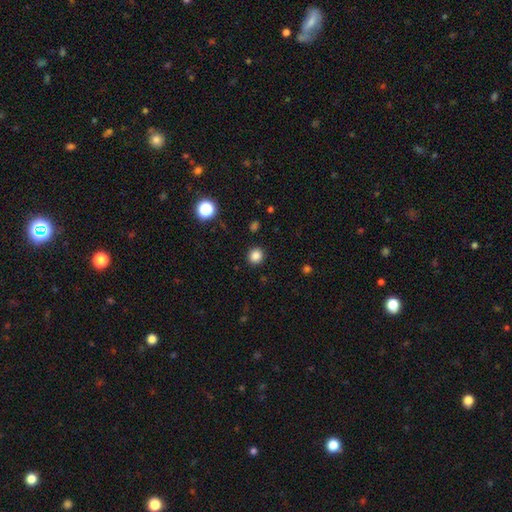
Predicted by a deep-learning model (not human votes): Q: Smooth or featured?
A: smooth (84%); runner-up: star or artifact (12%)
Q: How rounded?
A: round (89%); runner-up: in between (11%)
Q: Merging?
A: none (91%); runner-up: minor disturbance (6%)